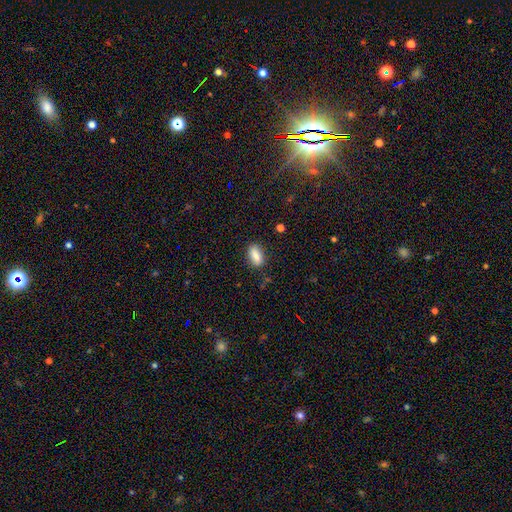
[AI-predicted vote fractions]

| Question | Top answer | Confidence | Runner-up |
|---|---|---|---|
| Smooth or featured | smooth | 84% | featured or disk (9%) |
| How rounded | in between | 84% | cigar-shaped (9%) |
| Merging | none | 84% | minor disturbance (12%) |